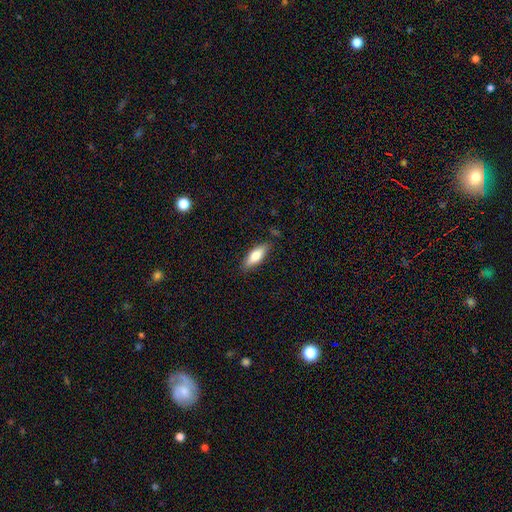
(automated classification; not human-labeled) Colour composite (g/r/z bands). It shows a smooth galaxy with no disk features (73%) that is in between round and cigar-shaped (63%). Merging: none (84%).